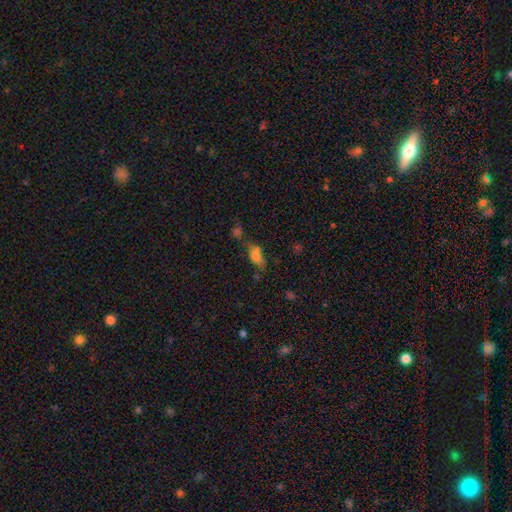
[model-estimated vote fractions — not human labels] The model was most divided on "merging": none: 50%, merger: 20%, minor disturbance: 20%, major disturbance: 10%. More confident: how rounded — in between (73%); smooth or featured — smooth (64%).